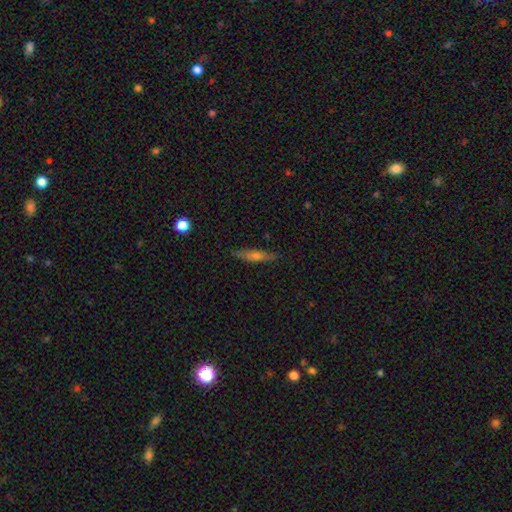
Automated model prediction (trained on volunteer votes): This is possibly a smooth galaxy (46%). Merging: clearly none (85%).